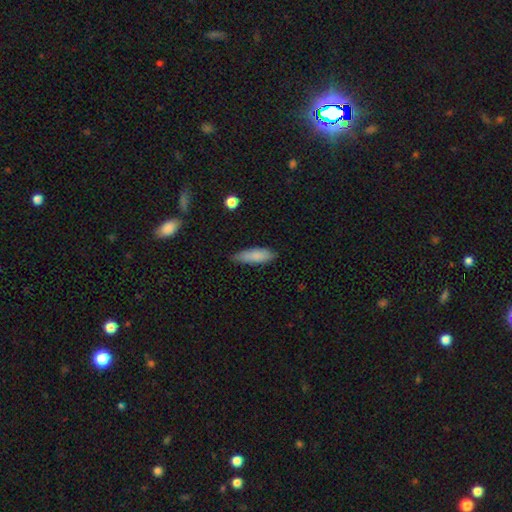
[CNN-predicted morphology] Smooth or featured?
  - smooth: 83% *
  - featured or disk: 11%
  - star or artifact: 6%
How rounded?
  - in between: 53% *
  - cigar-shaped: 45%
  - round: 2%
Merging?
  - none: 75% *
  - minor disturbance: 20%
  - major disturbance: 3%
  - merger: 1%